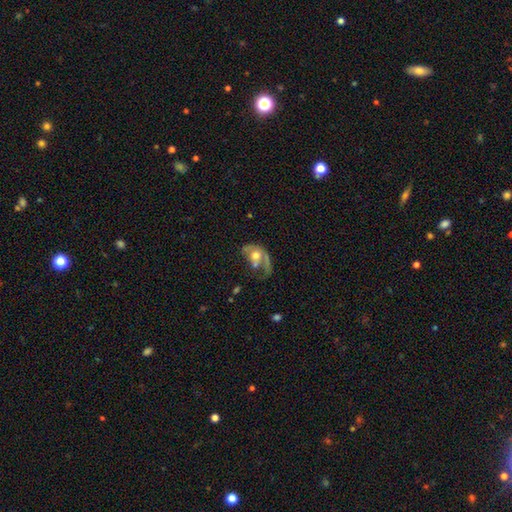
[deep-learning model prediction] Smooth or featured: featured or disk — 52% (smooth — 39%)
Edge-on disk: no — 95% (yes — 5%)
Merging: major disturbance — 42% (merger — 24%)